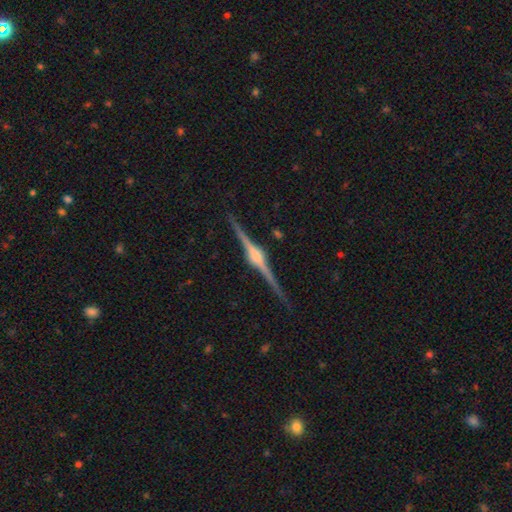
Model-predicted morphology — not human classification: smooth-or-featured: featured or disk: 90% | star or artifact: 5% | smooth: 5%
  disk-edge-on: yes: 99% | no: 1%
    edge-on-bulge: rounded: 88% | boxy: 9% | none: 3%
  merging: none: 90% | minor disturbance: 7% | major disturbance: 1% | merger: 1%